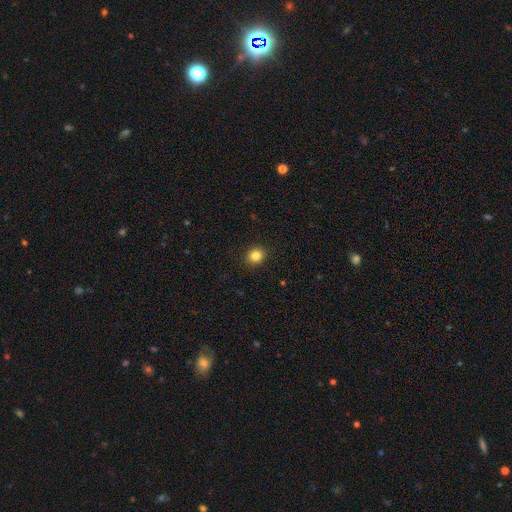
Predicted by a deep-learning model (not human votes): smooth_or_featured: smooth (p=0.84) [alt: star or artifact p=0.11]
how_rounded: round (p=0.74) [alt: in between p=0.26]
merging: none (p=0.91) [alt: minor disturbance p=0.06]